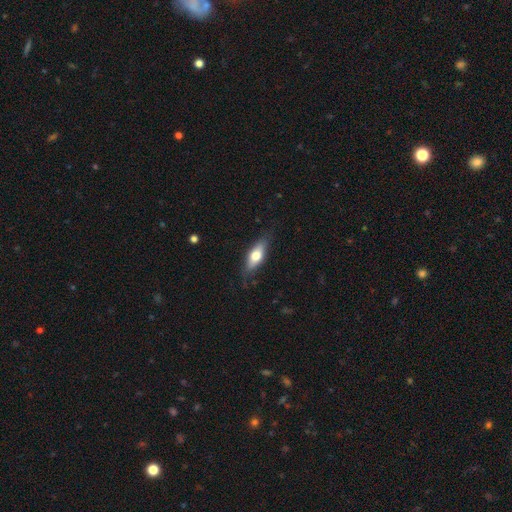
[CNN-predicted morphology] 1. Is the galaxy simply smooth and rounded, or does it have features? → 60% smooth, 33% featured or disk, 6% star or artifact.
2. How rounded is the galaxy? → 64% in between, 33% cigar-shaped, 4% round.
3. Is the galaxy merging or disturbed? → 80% none, 16% minor disturbance, 4% major disturbance, 1% merger.